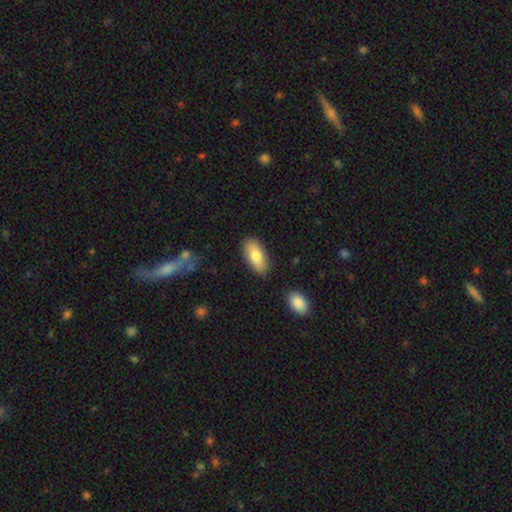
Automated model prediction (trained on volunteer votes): Smooth or featured? Predicted: smooth (p=0.77). How rounded? Predicted: in between (p=0.88). Merging? Predicted: none (p=0.83).